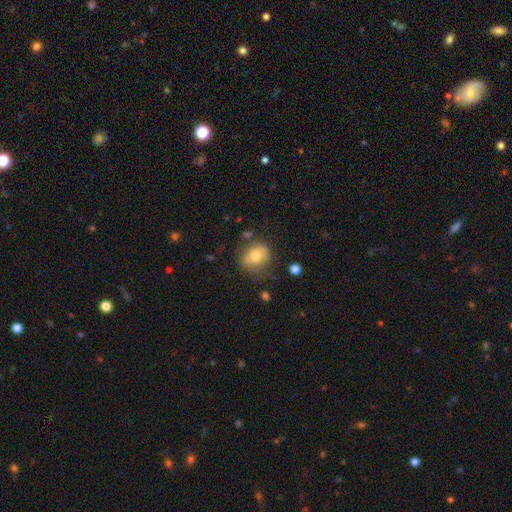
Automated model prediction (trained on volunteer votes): The model was most divided on "how rounded": round: 50%, in between: 49%, cigar-shaped: 1%. More confident: smooth or featured — smooth (68%); merging — none (61%).